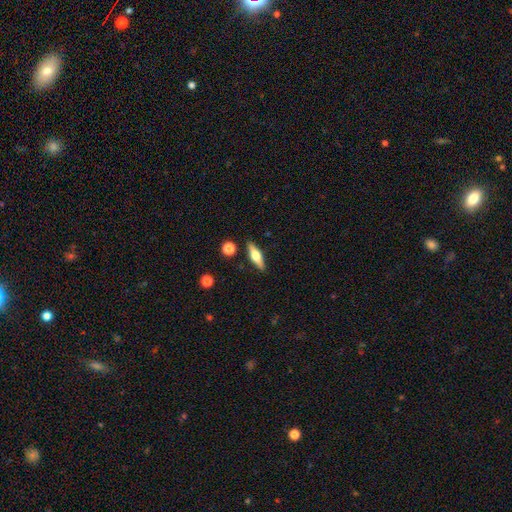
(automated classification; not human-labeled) Smooth or featured: featured or disk — 50% (smooth — 44%)
Merging: none — 87% (minor disturbance — 8%)